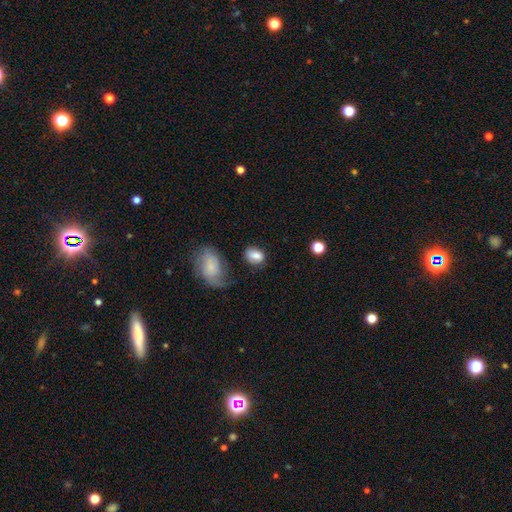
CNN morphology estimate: Smooth or featured: smooth — 75% (featured or disk — 15%)
How rounded: in between — 72% (round — 27%)
Merging: none — 62% (minor disturbance — 21%)